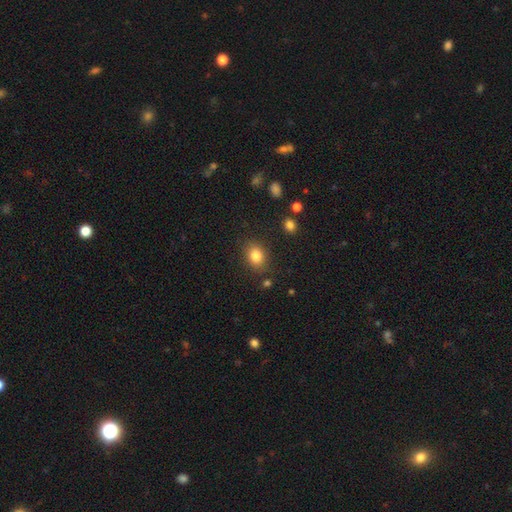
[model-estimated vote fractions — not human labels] Overall: smooth (82%). How rounded: in between (55%; round 44%). Merging: none (83%).